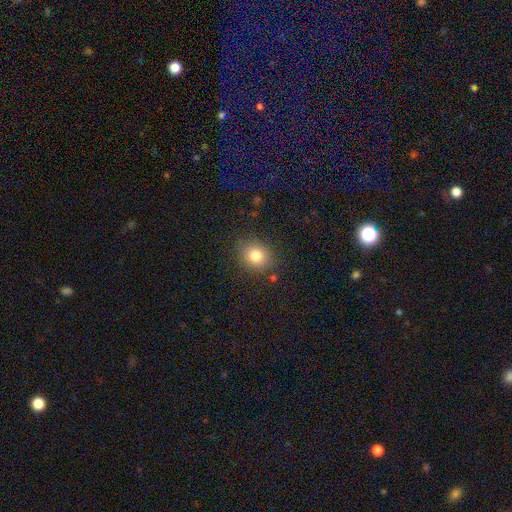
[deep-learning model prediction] Overall: smooth (81%). How rounded: round (69%; in between 30%). Merging: none (84%).